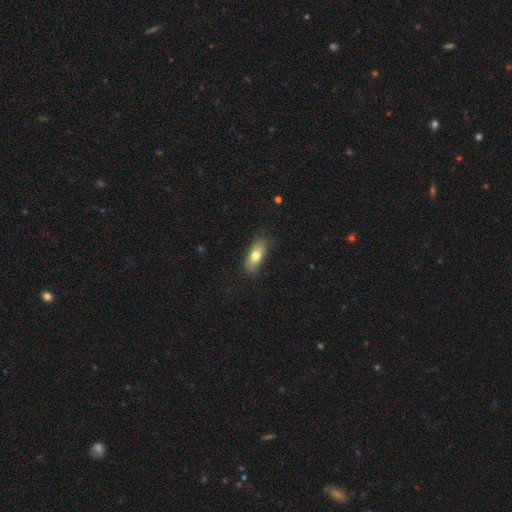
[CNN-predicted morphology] smooth_or_featured: smooth (p=0.71) [alt: featured or disk p=0.22]
how_rounded: in between (p=0.74) [alt: cigar-shaped p=0.22]
merging: none (p=0.80) [alt: minor disturbance p=0.15]